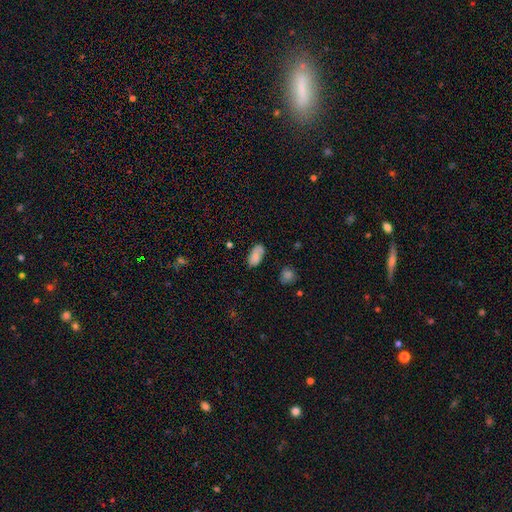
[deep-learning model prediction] This appears to be a smooth galaxy with no disk features (76%) that is in between round and cigar-shaped (93%). Merging: none (71%).